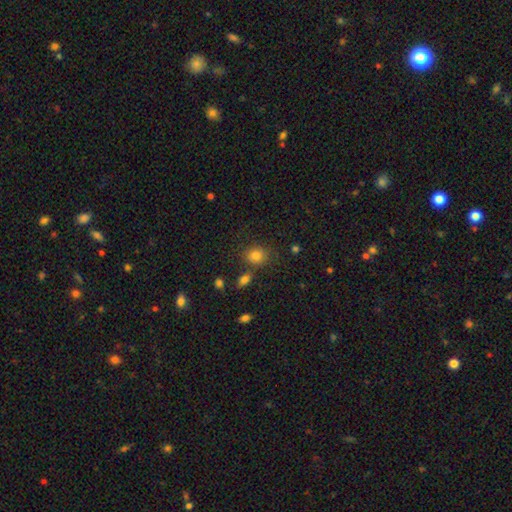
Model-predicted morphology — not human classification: This appears to be a smooth galaxy with no disk features (81%) that is round (60%). Merging: none (72%).